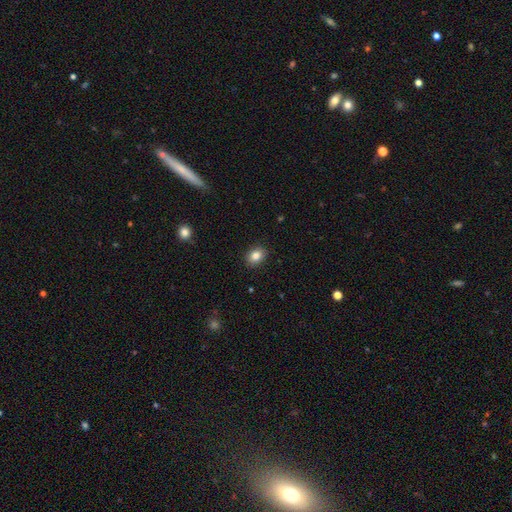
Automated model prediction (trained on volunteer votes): Smooth or featured?
  - smooth: 84% *
  - star or artifact: 10%
  - featured or disk: 6%
How rounded?
  - in between: 61% *
  - round: 38%
  - cigar-shaped: 1%
Merging?
  - none: 89% *
  - minor disturbance: 8%
  - major disturbance: 2%
  - merger: 1%